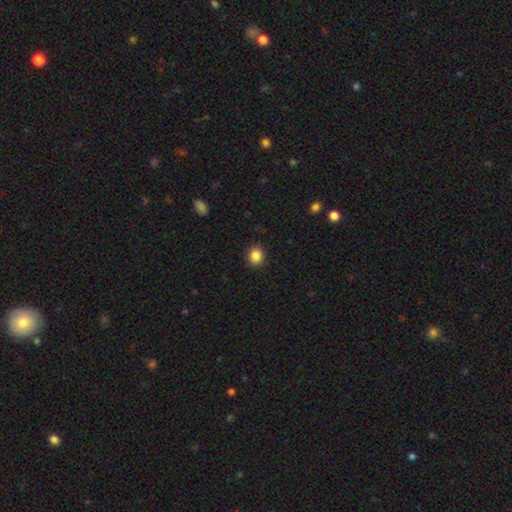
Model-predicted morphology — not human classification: Overall: smooth (87%). How rounded: round (80%). Merging: none (91%).